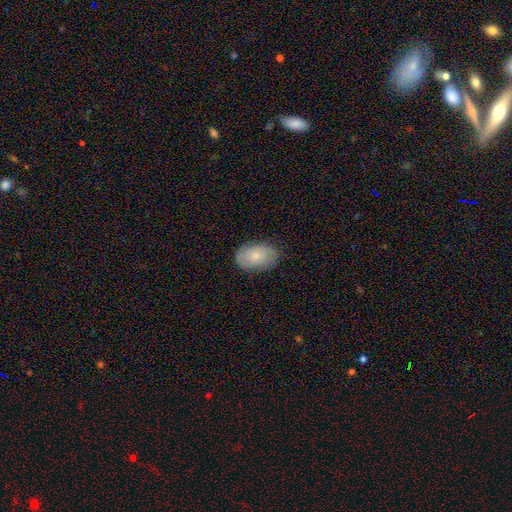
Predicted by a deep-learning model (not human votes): Smooth or featured? smooth (67%)
How rounded? in between (89%)
Merging? none (82%)